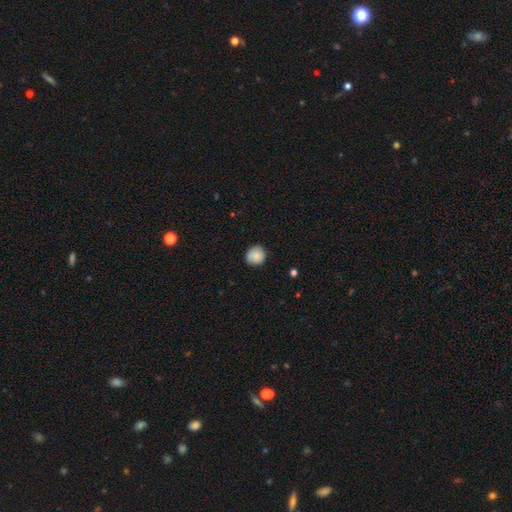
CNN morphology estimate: The model was most divided on "merging": none: 81%, minor disturbance: 16%, major disturbance: 2%, merger: 1%. More confident: how rounded — round (89%); smooth or featured — smooth (83%).